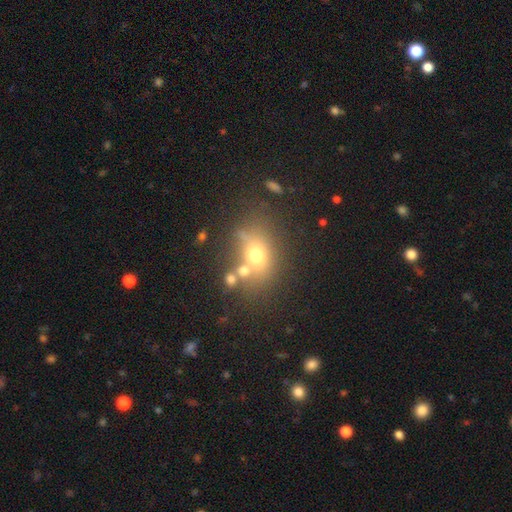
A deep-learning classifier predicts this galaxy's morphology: smooth 62%, featured or disk 21%, star or artifact 17%. Down the decision tree: how rounded — in between (53%); merging — none (56%).